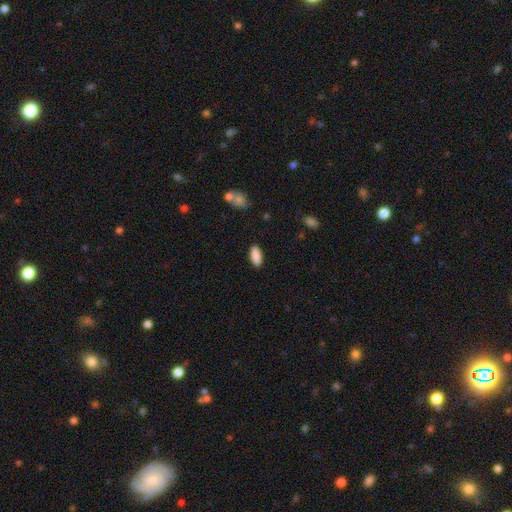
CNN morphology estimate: Smooth or featured? Predicted: smooth (p=0.89). How rounded? Predicted: in between (p=0.79). Merging? Predicted: none (p=0.88).